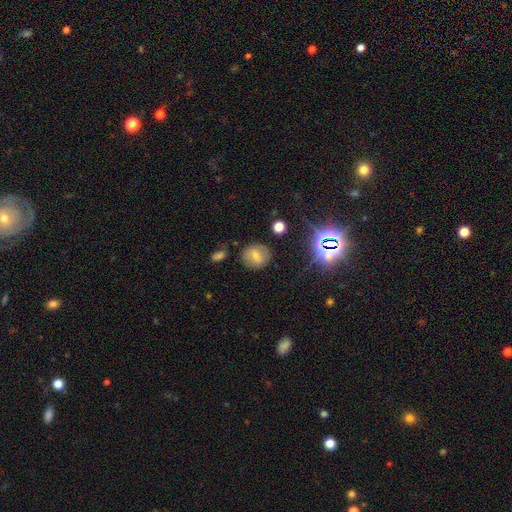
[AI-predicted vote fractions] Morphology: type=smooth (56%); roundness=round (77%); merging=none (81%).